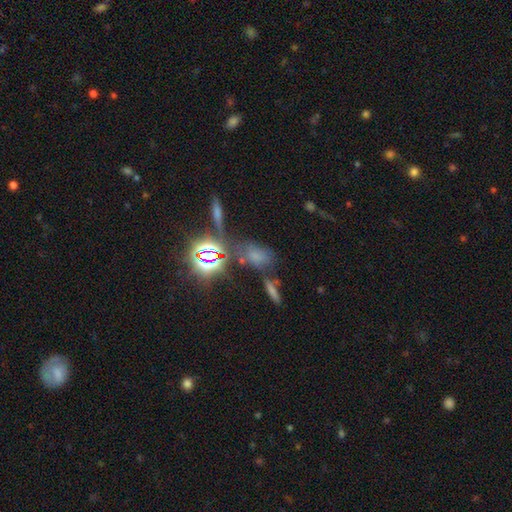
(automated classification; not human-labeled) A smooth galaxy with no disk features (54%) that is in between round and cigar-shaped (78%).

Vote fractions:
- Smooth or featured? smooth: 54% / star or artifact: 34% / featured or disk: 12%
- How rounded? in between: 78% / round: 14% / cigar-shaped: 8%
- Merging? none: 60% / minor disturbance: 17% / merger: 14% / major disturbance: 9%